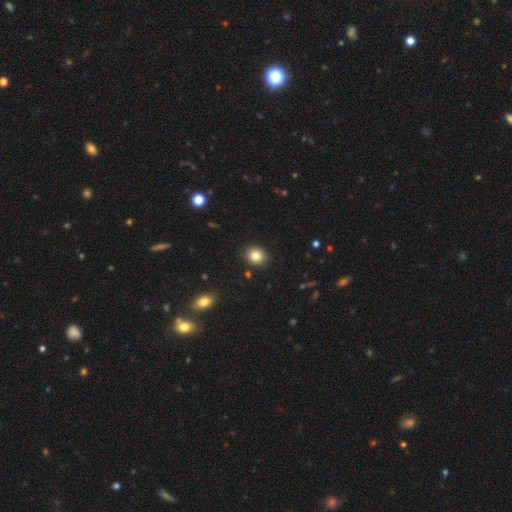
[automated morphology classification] A smooth galaxy with no disk features (84%) that is round (78%).

Vote fractions:
- Smooth or featured? smooth: 84% / star or artifact: 11% / featured or disk: 6%
- How rounded? round: 78% / in between: 21% / cigar-shaped: 1%
- Merging? none: 90% / minor disturbance: 6% / major disturbance: 2% / merger: 1%